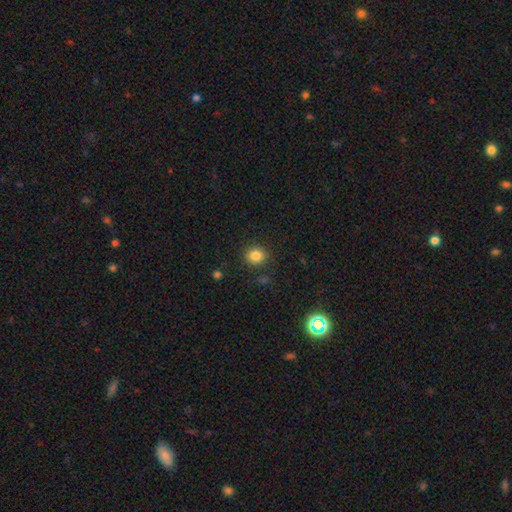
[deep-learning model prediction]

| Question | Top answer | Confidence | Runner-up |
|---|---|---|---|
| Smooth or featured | smooth | 84% | star or artifact (11%) |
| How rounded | round | 84% | in between (16%) |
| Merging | none | 86% | minor disturbance (9%) |